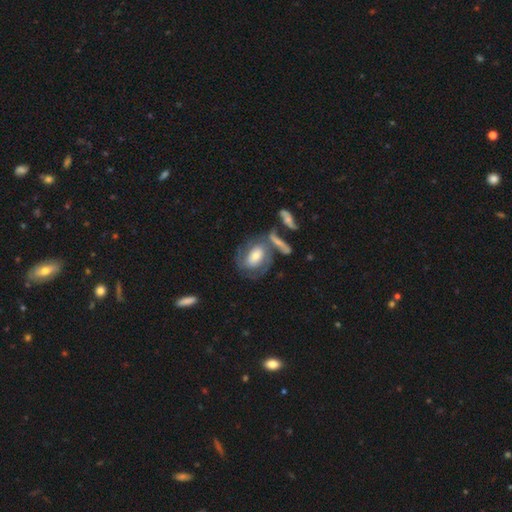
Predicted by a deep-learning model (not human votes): Q: Smooth or featured?
A: featured or disk (65%); runner-up: smooth (27%)
Q: Edge-on disk?
A: no (94%); runner-up: yes (6%)
Q: Bar?
A: no (47%); runner-up: weak (33%)
Q: Spiral arms?
A: yes (81%); runner-up: no (19%)
Q: Bulge size?
A: moderate (49%); runner-up: small (29%)
Q: Merging?
A: none (50%); runner-up: merger (20%)